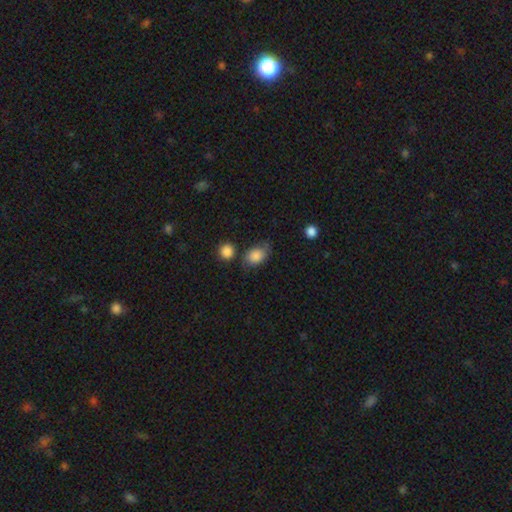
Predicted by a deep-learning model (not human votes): smooth 84%, star or artifact 8%, featured or disk 8%. Down the decision tree: how rounded — in between (74%); merging — none (61%).